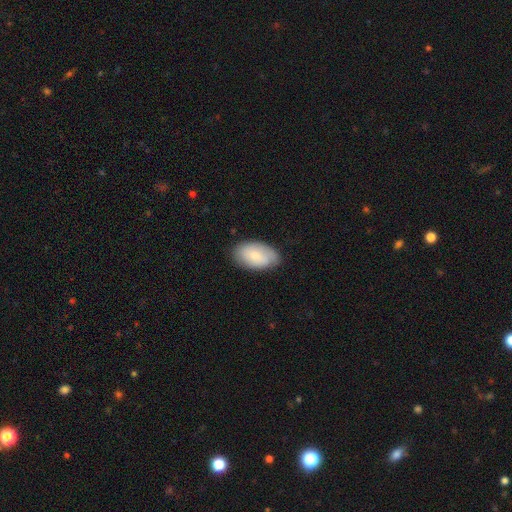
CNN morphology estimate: Smooth or featured? Predicted: smooth (p=0.71). How rounded? Predicted: in between (p=0.94). Merging? Predicted: none (p=0.79).